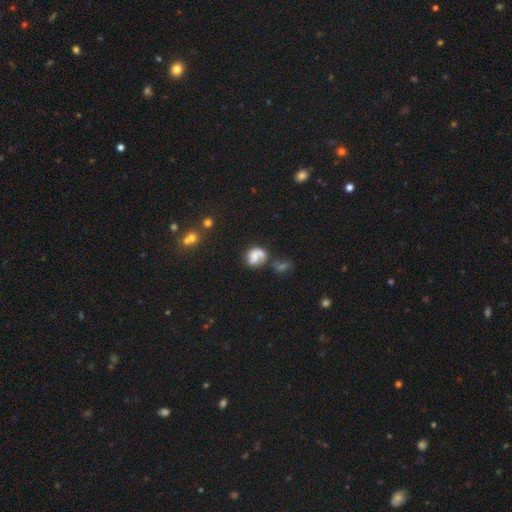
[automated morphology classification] Smooth or featured? featured or disk (44%, tied with smooth)
Merging? none (35%)